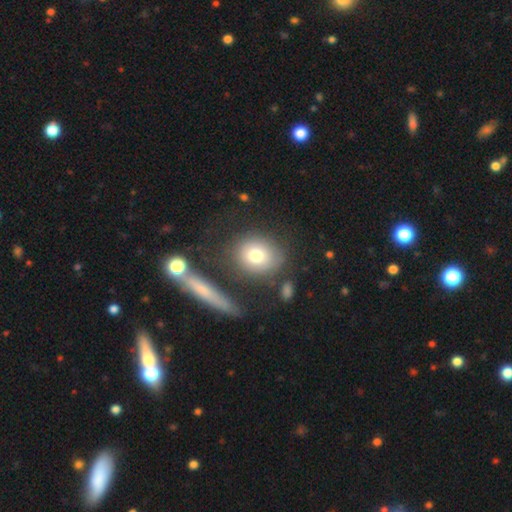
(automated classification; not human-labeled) smooth 74%, featured or disk 16%, star or artifact 10%. Down the decision tree: how rounded — round (72%); merging — none (73%).